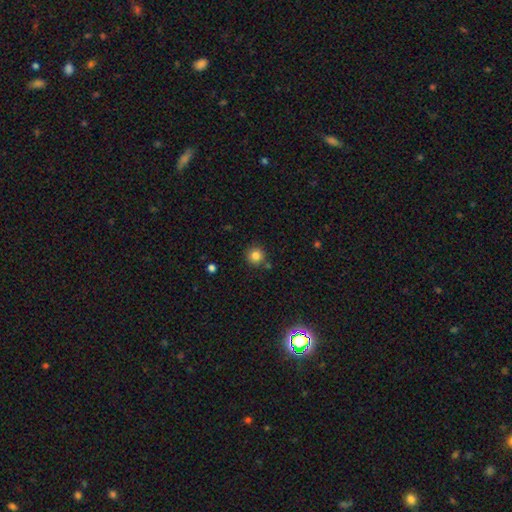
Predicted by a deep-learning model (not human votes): Morphology: type=smooth (83%); roundness=round (95%); merging=none (84%).